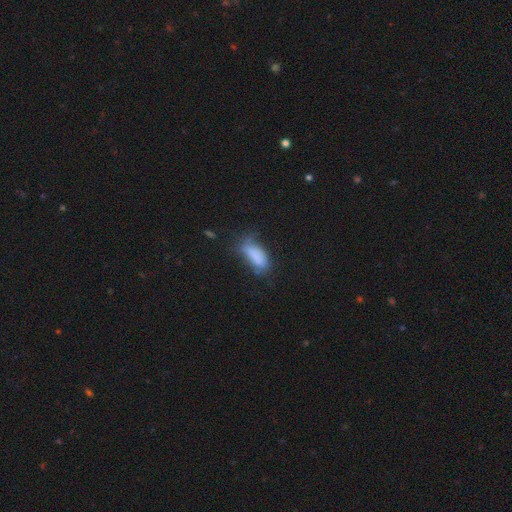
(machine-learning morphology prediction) This appears to be a smooth galaxy with no disk features (77%) that is in between round and cigar-shaped (79%). Merging: none (36%).